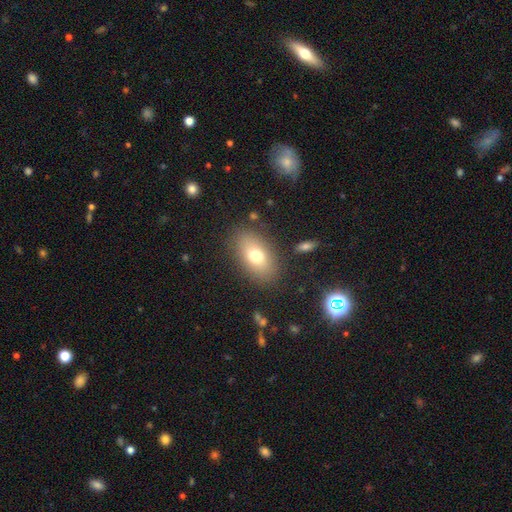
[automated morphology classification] A smooth galaxy with no disk features (73%) that is in between round and cigar-shaped (89%).

Vote fractions:
- Smooth or featured? smooth: 73% / featured or disk: 18% / star or artifact: 9%
- How rounded? in between: 89% / round: 9% / cigar-shaped: 3%
- Merging? none: 83% / minor disturbance: 11% / major disturbance: 4% / merger: 2%